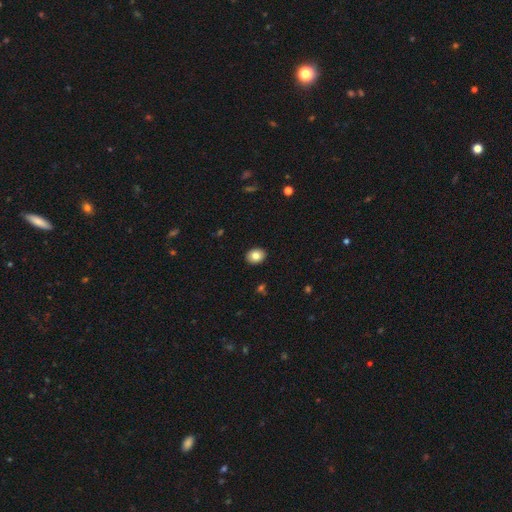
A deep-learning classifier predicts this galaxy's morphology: type=smooth (83%); roundness=in between (53%); merging=none (91%).